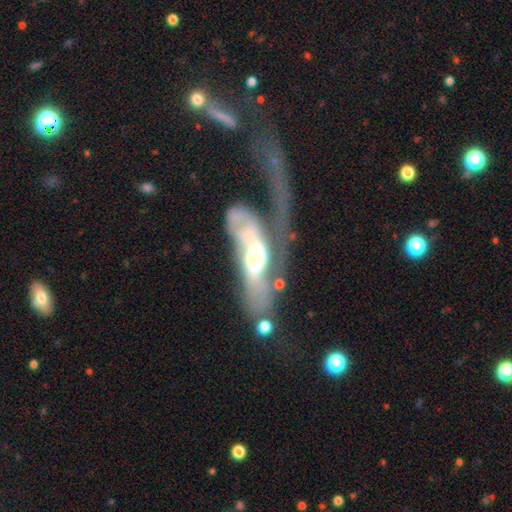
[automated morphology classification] smooth-or-featured: featured or disk: 65% | smooth: 27% | star or artifact: 8%
  disk-edge-on: no: 80% | yes: 20%
    bar: no: 57% | weak: 26% | strong: 16%
    has-spiral-arms: yes: 53% | no: 47%
    bulge-size: moderate: 44% | large: 36% | small: 9% | dominant: 7% | none: 4%
  merging: major disturbance: 58% | merger: 21% | none: 11% | minor disturbance: 9%